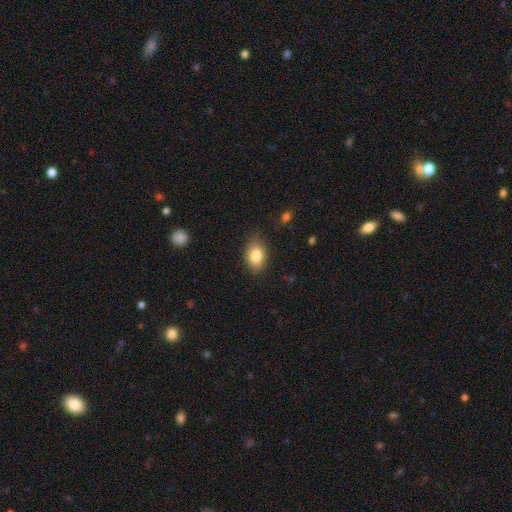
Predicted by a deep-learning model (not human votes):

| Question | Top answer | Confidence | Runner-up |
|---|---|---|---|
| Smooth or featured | smooth | 82% | featured or disk (10%) |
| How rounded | in between | 84% | round (15%) |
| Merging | none | 79% | minor disturbance (17%) |